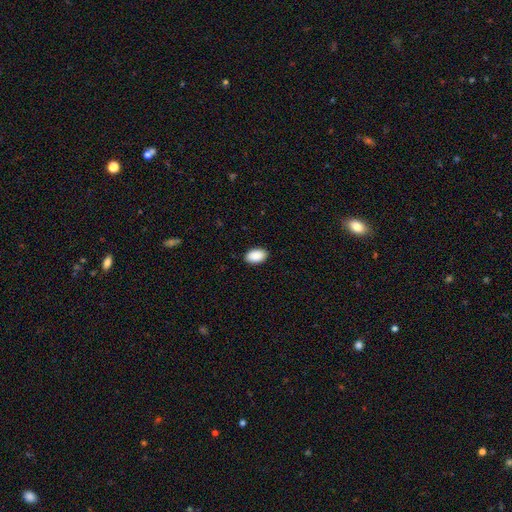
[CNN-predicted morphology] Smooth or featured: smooth — 91% (star or artifact — 6%)
How rounded: in between — 94% (round — 5%)
Merging: none — 89% (minor disturbance — 8%)